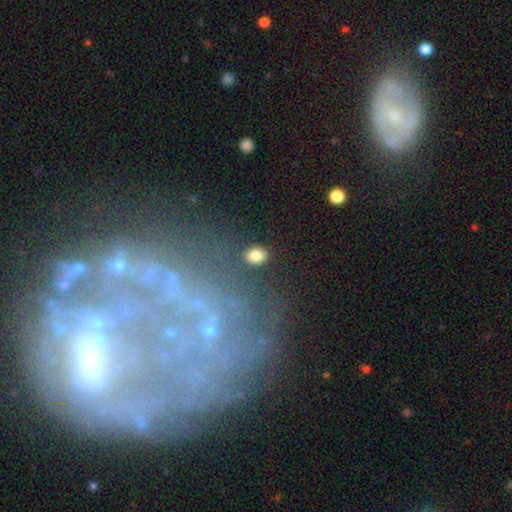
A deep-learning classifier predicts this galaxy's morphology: The model was most divided on "how rounded": in between: 64%, round: 35%, cigar-shaped: 1%. More confident: merging — none (85%); smooth or featured — smooth (83%).